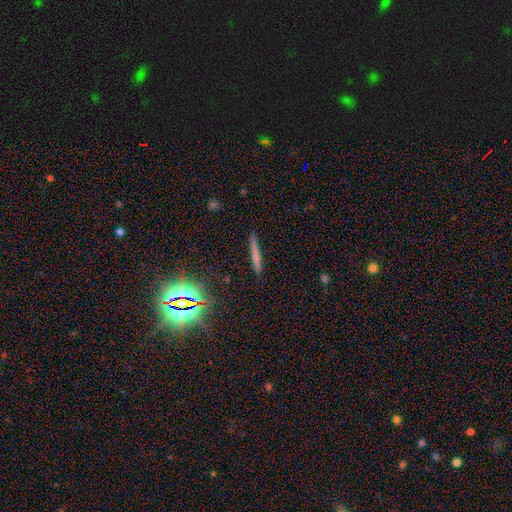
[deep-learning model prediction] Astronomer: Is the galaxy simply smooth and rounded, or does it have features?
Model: smooth — 64%.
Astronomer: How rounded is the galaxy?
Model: cigar-shaped — 95%.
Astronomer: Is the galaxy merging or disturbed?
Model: none — 88%.